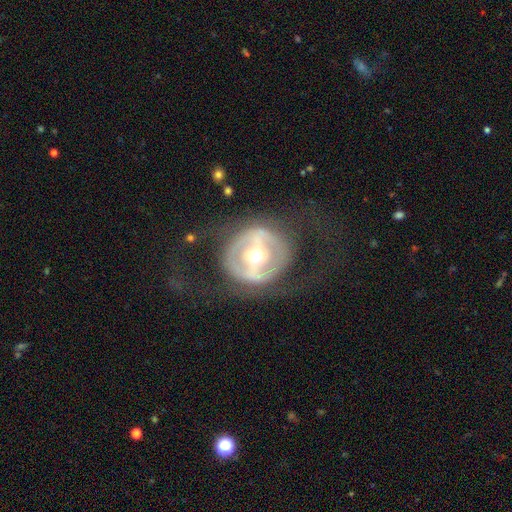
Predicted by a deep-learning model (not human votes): Morphology: type=featured or disk (73%); edge-on=no (94%); bar=strong (50%); spiral arms=no (68%); bulge=moderate (73%); merging=none (63%).